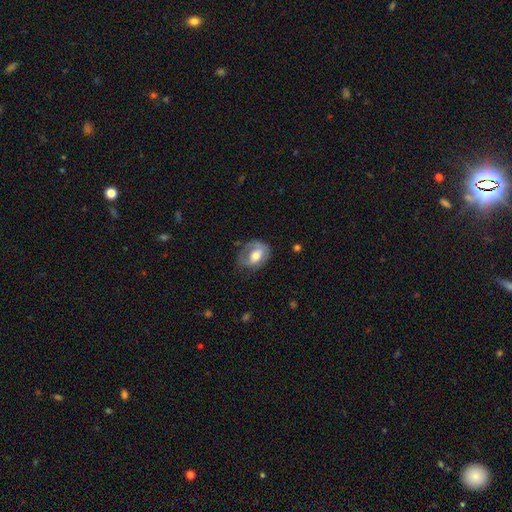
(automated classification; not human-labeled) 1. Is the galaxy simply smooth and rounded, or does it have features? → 48% smooth, 45% featured or disk, 7% star or artifact.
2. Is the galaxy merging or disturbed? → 49% none, 30% minor disturbance, 20% major disturbance, 2% merger.